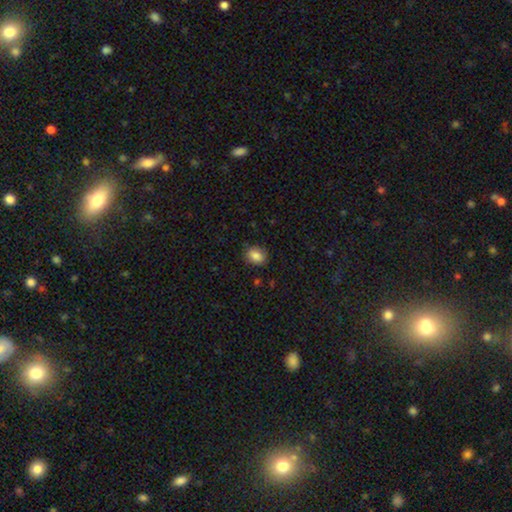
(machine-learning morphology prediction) smooth 86%, star or artifact 8%, featured or disk 5%. Down the decision tree: how rounded — in between (62%); merging — none (85%).